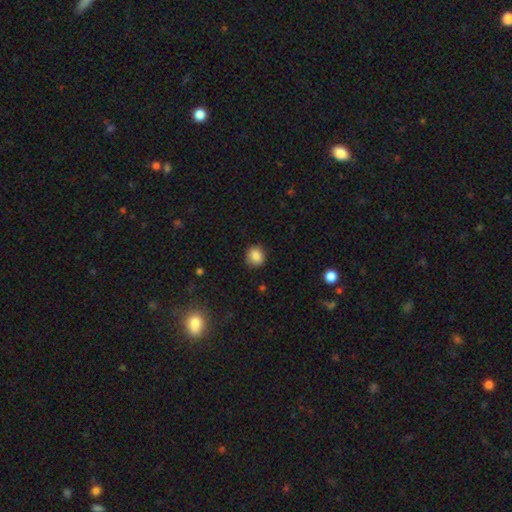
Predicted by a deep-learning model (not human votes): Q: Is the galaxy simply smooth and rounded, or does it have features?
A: smooth — 86%.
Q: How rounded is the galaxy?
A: round — 84%.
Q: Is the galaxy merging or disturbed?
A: none — 87%.